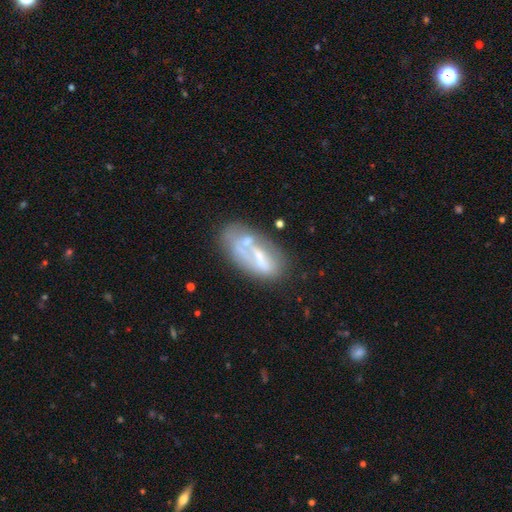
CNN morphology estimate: This is possibly a featured or disk galaxy (53%). It is clearly not viewed edge-on (88%). Merging: possibly none (46%).